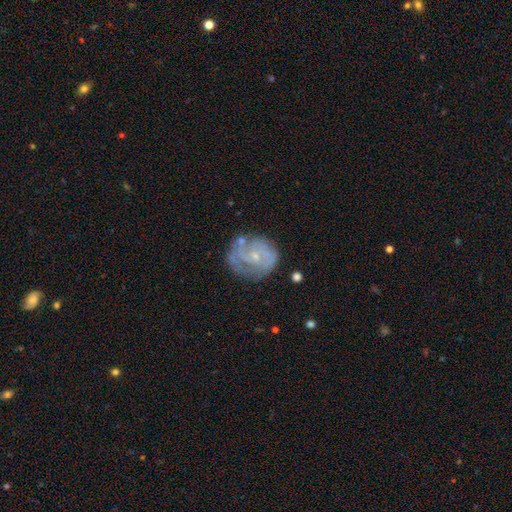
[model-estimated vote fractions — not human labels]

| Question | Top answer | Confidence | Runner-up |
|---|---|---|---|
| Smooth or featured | featured or disk | 73% | smooth (19%) |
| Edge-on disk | no | 98% | yes (2%) |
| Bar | no | 70% | weak (26%) |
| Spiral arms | yes | 82% | no (18%) |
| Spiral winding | tight | 55% | medium (33%) |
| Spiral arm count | can't tell | 38% | 2 (29%) |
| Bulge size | small | 77% | moderate (18%) |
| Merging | none | 66% | minor disturbance (21%) |